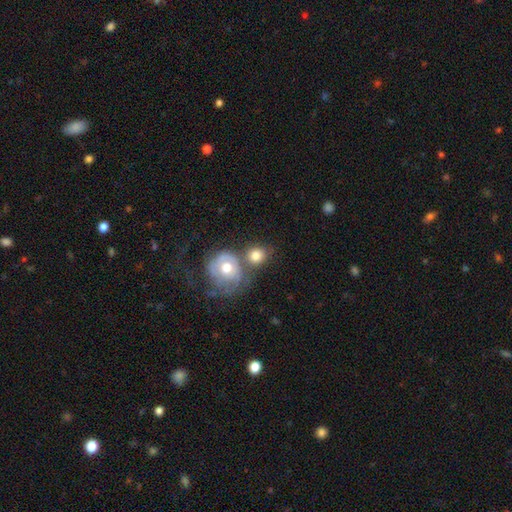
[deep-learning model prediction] Q: Smooth or featured?
A: smooth (71%); runner-up: featured or disk (22%)
Q: How rounded?
A: round (79%); runner-up: in between (20%)
Q: Merging?
A: none (44%); runner-up: merger (36%)